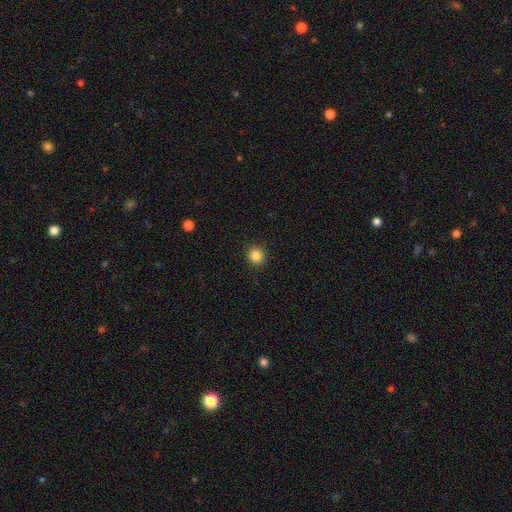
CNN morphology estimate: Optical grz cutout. It shows a smooth galaxy with no disk features (85%) that is round (91%). Merging: none (91%).